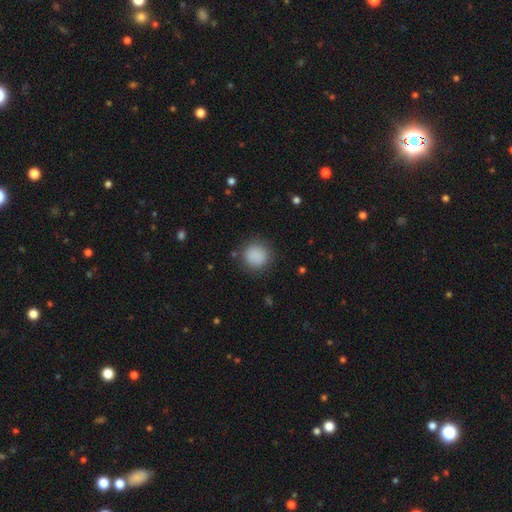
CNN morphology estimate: smooth 87%, star or artifact 9%, featured or disk 4%. Down the decision tree: how rounded — round (90%); merging — none (85%).